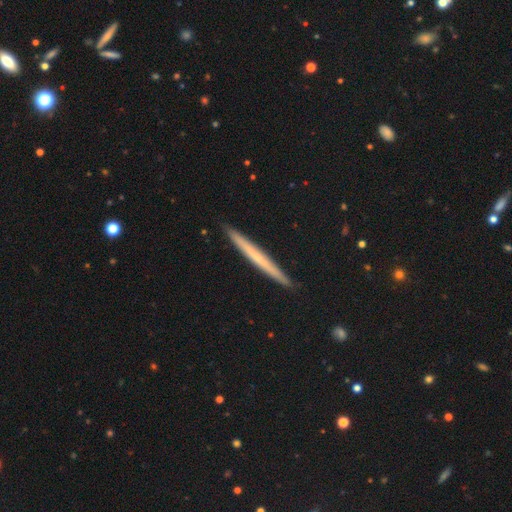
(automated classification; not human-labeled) This appears to be a featured or disk galaxy (50%) viewed edge-on (97%). Merging: none (92%).